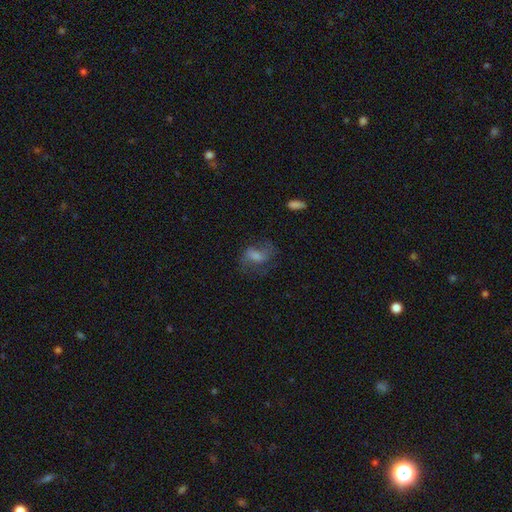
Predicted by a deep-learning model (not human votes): Morphology: type=smooth (45%); merging=none (51%).